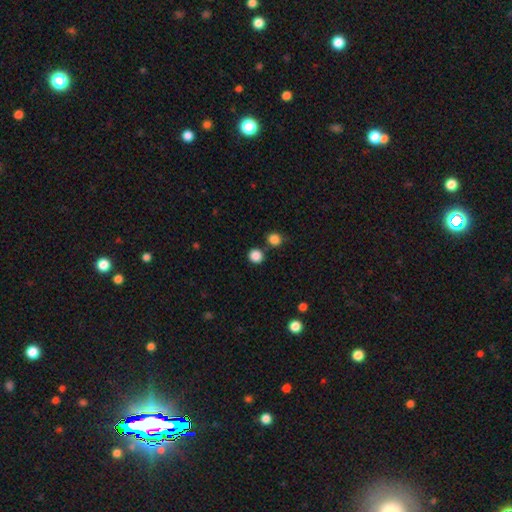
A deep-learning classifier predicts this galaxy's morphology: A smooth galaxy with no disk features (85%) that is round (91%).

Vote fractions:
- Smooth or featured? smooth: 85% / star or artifact: 11% / featured or disk: 4%
- How rounded? round: 91% / in between: 8% / cigar-shaped: 1%
- Merging? none: 77% / merger: 13% / minor disturbance: 7% / major disturbance: 3%